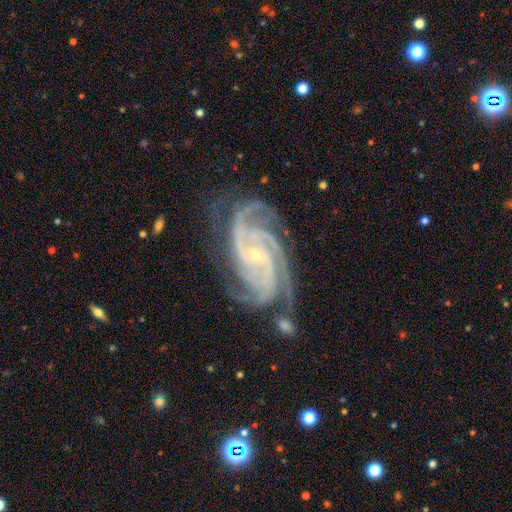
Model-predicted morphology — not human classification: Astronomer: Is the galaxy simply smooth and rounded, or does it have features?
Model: featured or disk — 93%.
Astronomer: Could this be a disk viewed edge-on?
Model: no — 97%.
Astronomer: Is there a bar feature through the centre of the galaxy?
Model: no — 53% (runner-up: weak, 31%).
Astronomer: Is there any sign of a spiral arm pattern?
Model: yes — 99%.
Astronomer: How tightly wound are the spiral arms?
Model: tight — 66%.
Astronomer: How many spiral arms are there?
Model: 4 — 47% (runner-up: 3, 26%).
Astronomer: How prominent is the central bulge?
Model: small — 81%.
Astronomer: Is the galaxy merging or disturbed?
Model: none — 70%.